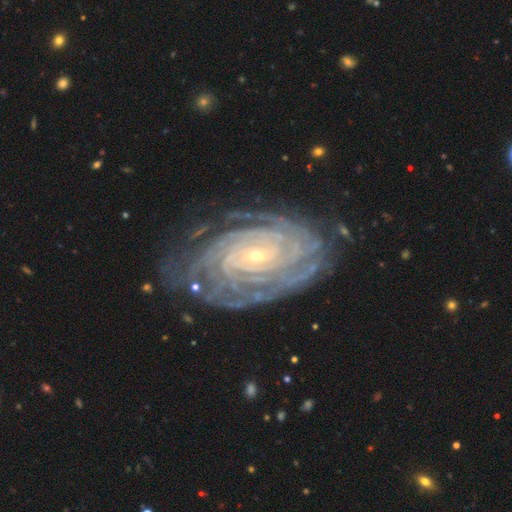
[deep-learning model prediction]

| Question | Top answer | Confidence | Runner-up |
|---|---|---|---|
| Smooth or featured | featured or disk | 90% | star or artifact (5%) |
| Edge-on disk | no | 96% | yes (4%) |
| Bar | no | 62% | weak (25%) |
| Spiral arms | yes | 98% | no (2%) |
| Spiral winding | tight | 86% | medium (12%) |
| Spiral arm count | can't tell | 25% | more than 4 (24%) |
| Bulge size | small | 84% | moderate (13%) |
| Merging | none | 75% | minor disturbance (18%) |